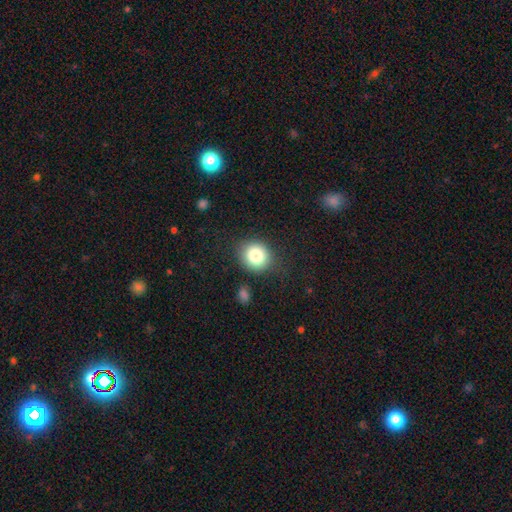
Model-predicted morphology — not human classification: type=smooth (83%); roundness=round (80%); merging=none (81%).